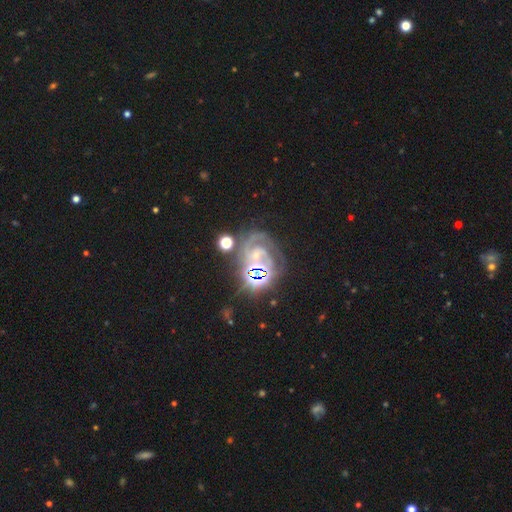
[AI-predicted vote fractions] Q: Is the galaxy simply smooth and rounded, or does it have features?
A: featured or disk — 64%.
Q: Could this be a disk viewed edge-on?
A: no — 98%.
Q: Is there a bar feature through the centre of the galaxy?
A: no — 49%.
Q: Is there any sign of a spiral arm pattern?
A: yes — 94%.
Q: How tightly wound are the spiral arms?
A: tight — 55%.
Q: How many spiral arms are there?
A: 2 — 46%.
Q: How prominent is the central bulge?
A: small — 57%.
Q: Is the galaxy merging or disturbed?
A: none — 59%.